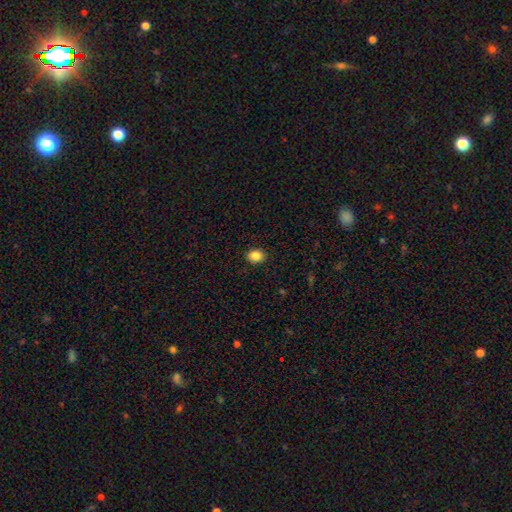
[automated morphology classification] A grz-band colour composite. It shows a smooth galaxy with no disk features (86%) that is round (52%). Merging: none (90%).